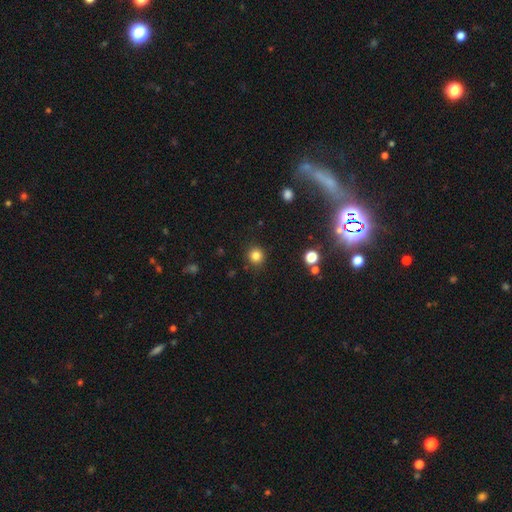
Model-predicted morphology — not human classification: A smooth galaxy with no disk features (83%) that is round (92%). Merging: none (90%).